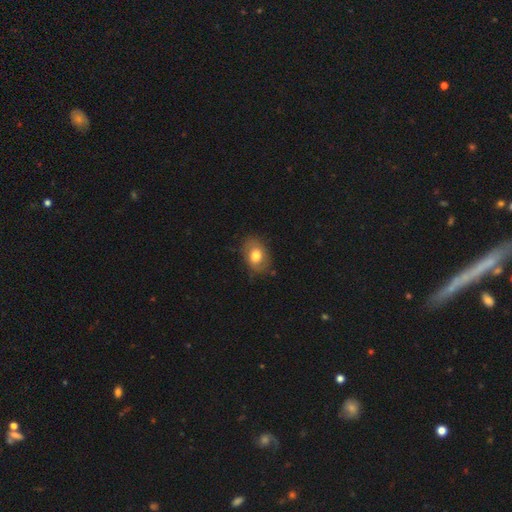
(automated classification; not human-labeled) Morphology: type=smooth (69%); roundness=in between (76%); merging=none (74%).